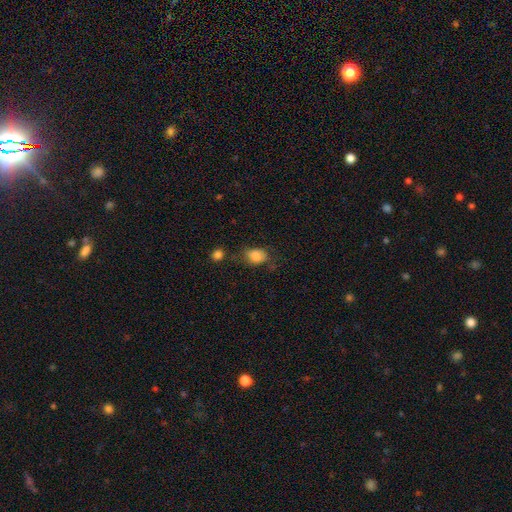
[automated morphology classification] Smooth or featured?
  - smooth: 82% *
  - star or artifact: 9%
  - featured or disk: 9%
How rounded?
  - in between: 71% *
  - round: 27%
  - cigar-shaped: 1%
Merging?
  - none: 52% *
  - minor disturbance: 29%
  - major disturbance: 14%
  - merger: 5%